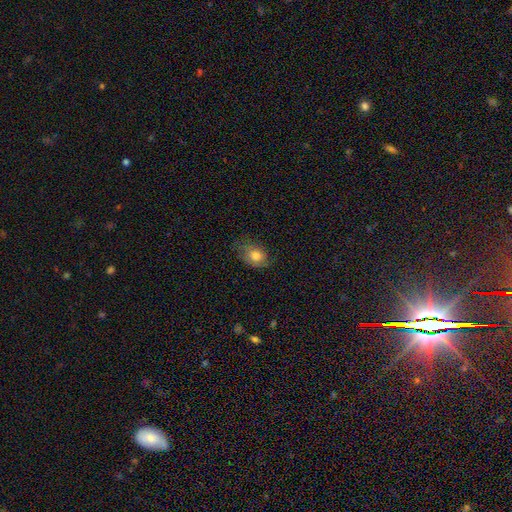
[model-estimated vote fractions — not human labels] This appears to be a smooth galaxy with no disk features (75%) that is in between round and cigar-shaped (67%). Merging: none (62%).